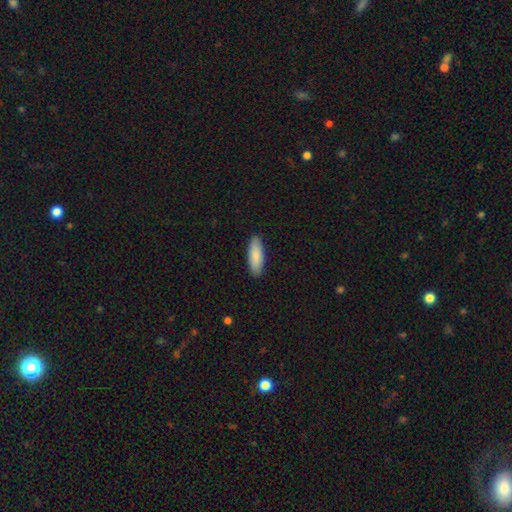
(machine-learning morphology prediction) The model was most divided on "how rounded": in between: 58%, cigar-shaped: 41%, round: 1%. More confident: merging — none (91%); smooth or featured — smooth (88%).